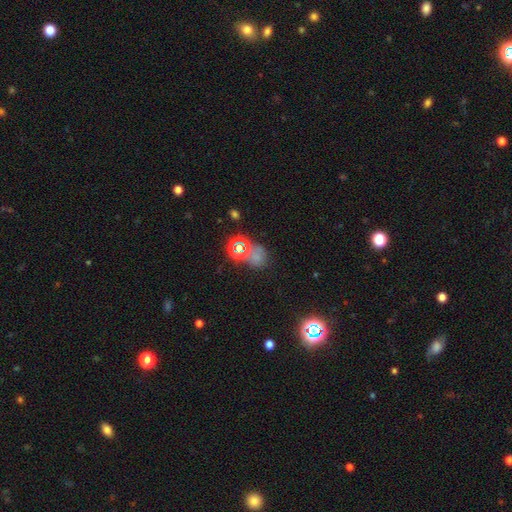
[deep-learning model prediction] smooth_or_featured: smooth (p=0.49) [alt: star or artifact p=0.39]
merging: none (p=0.45) [alt: merger p=0.24]